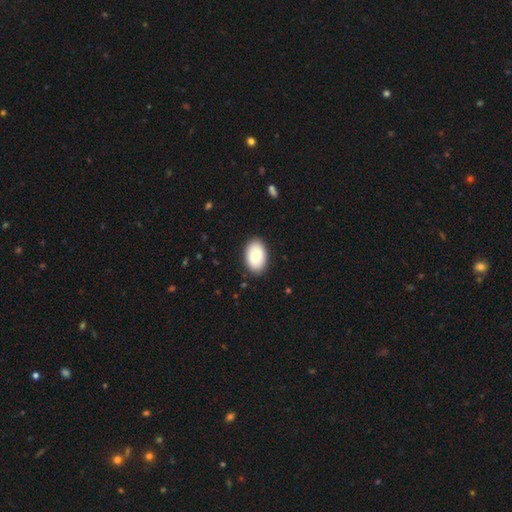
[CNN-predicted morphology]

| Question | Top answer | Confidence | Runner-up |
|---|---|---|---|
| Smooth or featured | smooth | 75% | featured or disk (19%) |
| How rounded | in between | 91% | round (8%) |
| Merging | none | 89% | minor disturbance (8%) |